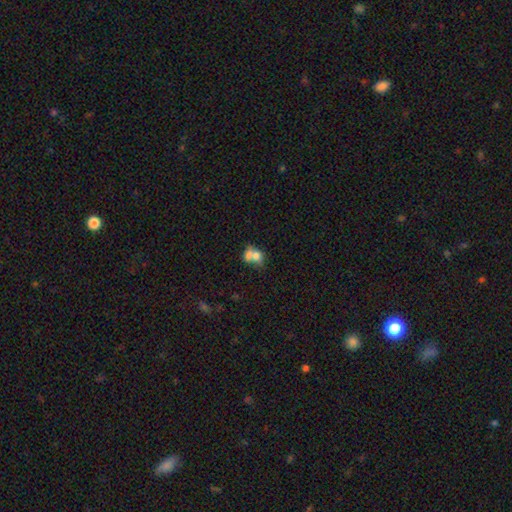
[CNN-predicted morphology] Q: Smooth or featured?
A: smooth (68%); runner-up: featured or disk (22%)
Q: How rounded?
A: round (54%); runner-up: in between (45%)
Q: Merging?
A: merger (69%); runner-up: none (20%)